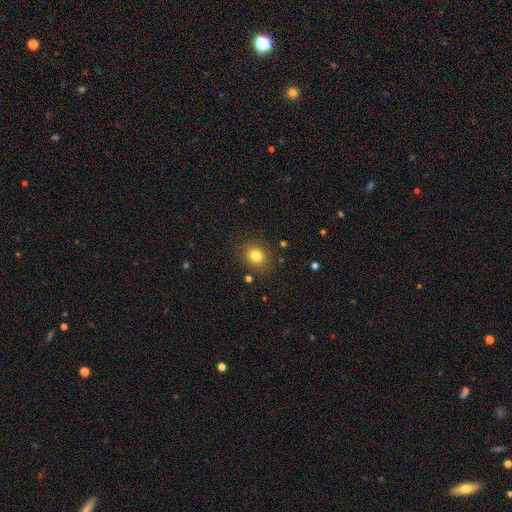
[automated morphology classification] A smooth galaxy with no disk features (80%) that is round (71%). Merging: none (86%).